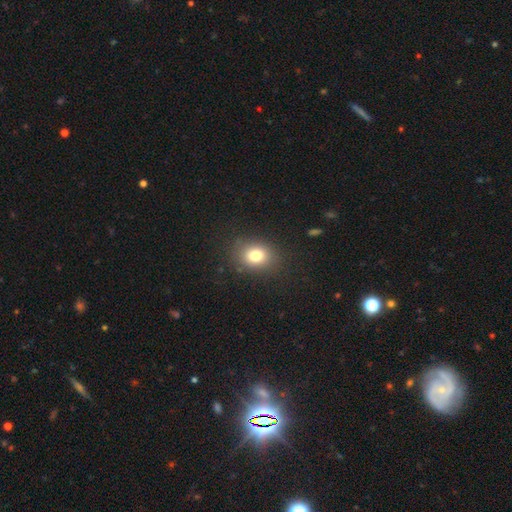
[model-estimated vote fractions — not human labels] Overall: smooth (78%). How rounded: round (53%; in between 46%). Merging: none (85%).